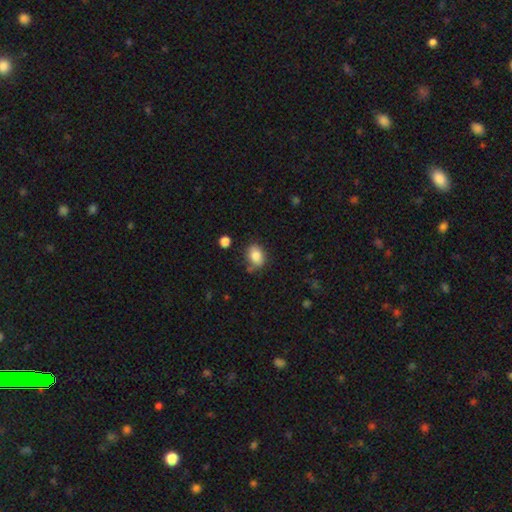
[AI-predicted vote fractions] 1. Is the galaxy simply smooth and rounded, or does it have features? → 83% smooth, 9% star or artifact, 8% featured or disk.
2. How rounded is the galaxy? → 70% in between, 29% round, 1% cigar-shaped.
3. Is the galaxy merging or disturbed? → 76% none, 15% minor disturbance, 5% merger, 3% major disturbance.